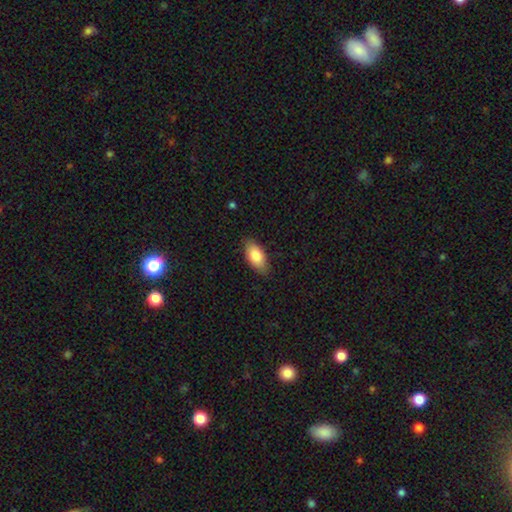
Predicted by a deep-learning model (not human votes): Morphology: type=smooth (82%); roundness=in between (90%); merging=none (83%).